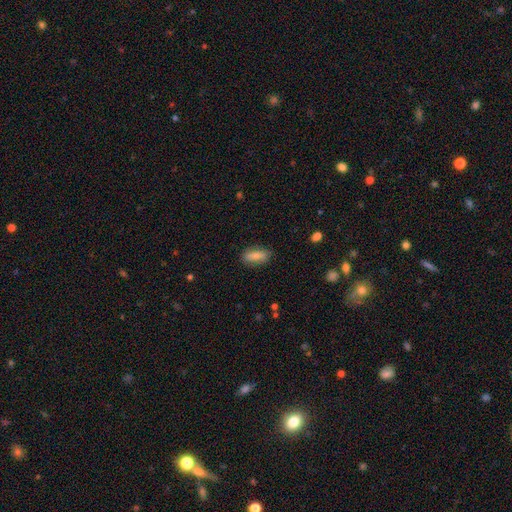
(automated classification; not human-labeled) This is likely a smooth galaxy (78%). How rounded: likely in between (80%). Merging: clearly none (84%).